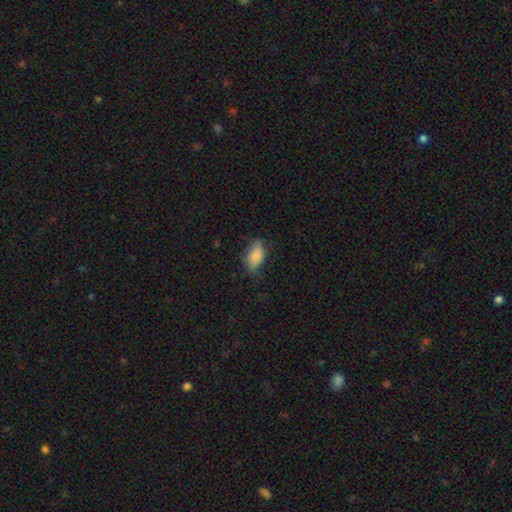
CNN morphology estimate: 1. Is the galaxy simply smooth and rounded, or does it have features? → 84% smooth, 8% featured or disk, 7% star or artifact.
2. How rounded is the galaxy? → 91% in between, 5% round, 4% cigar-shaped.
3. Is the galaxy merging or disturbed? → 64% none, 26% minor disturbance, 8% major disturbance, 1% merger.